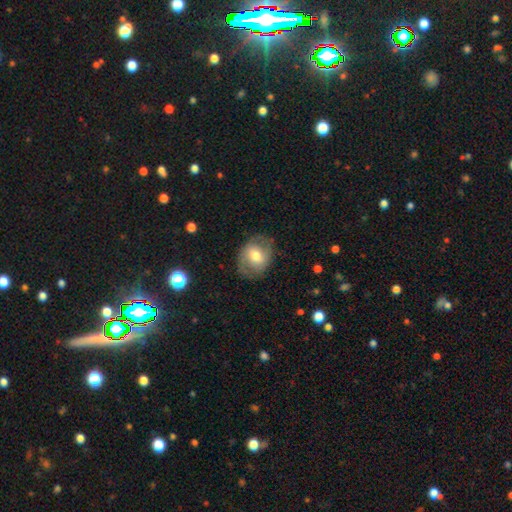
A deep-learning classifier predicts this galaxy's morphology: smooth 53%, featured or disk 39%, star or artifact 8%. Down the decision tree: how rounded — in between (52%); merging — none (73%).